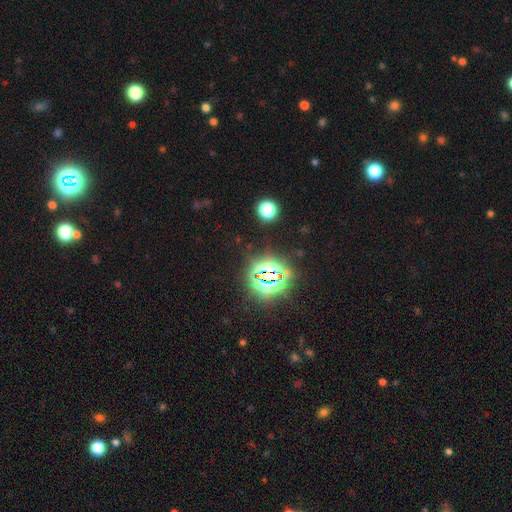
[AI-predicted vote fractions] smooth_or_featured: star or artifact (p=0.82) [alt: smooth p=0.12]